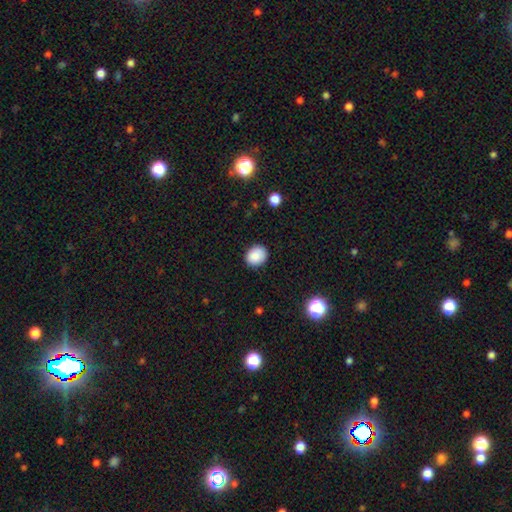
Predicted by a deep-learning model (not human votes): smooth-or-featured: smooth: 87% | star or artifact: 9% | featured or disk: 4%
  how-rounded: round: 56% | in between: 43% | cigar-shaped: 1%
  merging: none: 86% | minor disturbance: 11% | major disturbance: 2% | merger: 1%